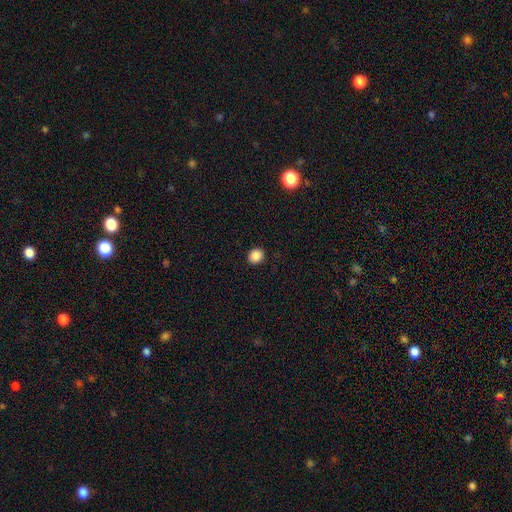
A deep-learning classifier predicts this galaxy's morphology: Smooth or featured?
  - smooth: 87% *
  - star or artifact: 10%
  - featured or disk: 3%
How rounded?
  - round: 79% *
  - in between: 20%
  - cigar-shaped: 1%
Merging?
  - none: 92% *
  - minor disturbance: 6%
  - major disturbance: 2%
  - merger: 1%